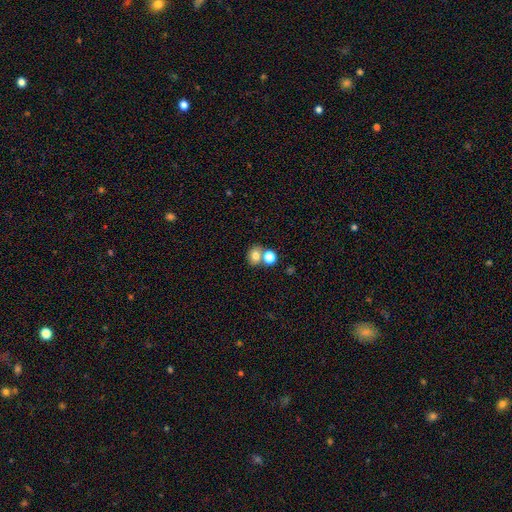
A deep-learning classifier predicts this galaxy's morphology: This is likely a smooth galaxy (76%). How rounded: likely round (68%). Merging: possibly none (49%).